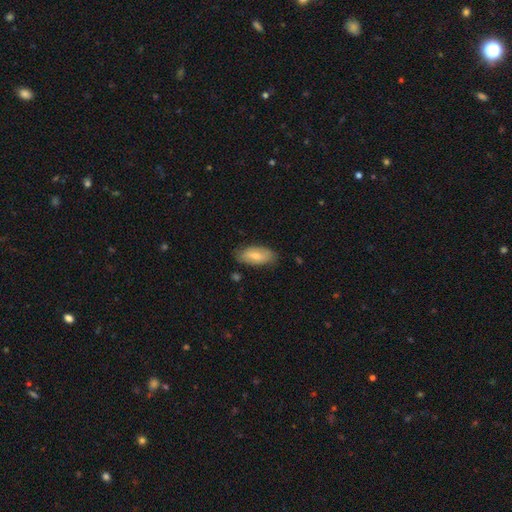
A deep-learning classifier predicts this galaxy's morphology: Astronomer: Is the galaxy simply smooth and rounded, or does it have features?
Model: smooth — 67%.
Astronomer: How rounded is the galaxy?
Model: in between — 89%.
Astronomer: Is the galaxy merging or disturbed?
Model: none — 79%.